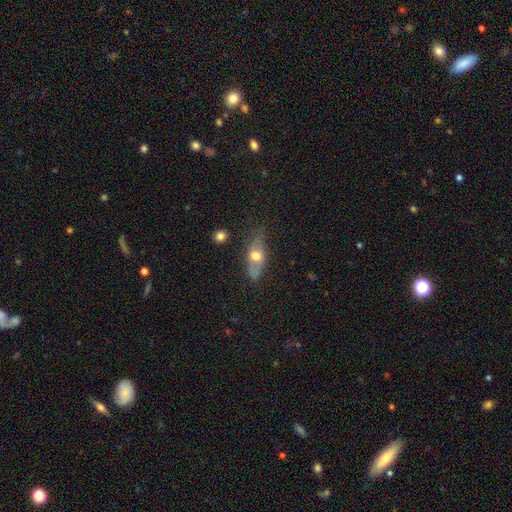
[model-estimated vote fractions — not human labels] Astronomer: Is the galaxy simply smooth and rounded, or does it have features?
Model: smooth — 49% (runner-up: featured or disk, 44%).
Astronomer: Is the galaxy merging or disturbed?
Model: none — 60%.